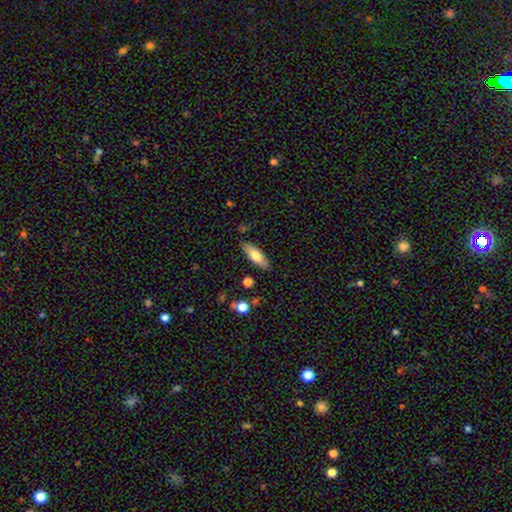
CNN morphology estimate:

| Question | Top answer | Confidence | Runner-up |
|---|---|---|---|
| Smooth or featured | smooth | 72% | featured or disk (22%) |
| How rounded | in between | 58% | cigar-shaped (40%) |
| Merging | none | 86% | minor disturbance (10%) |